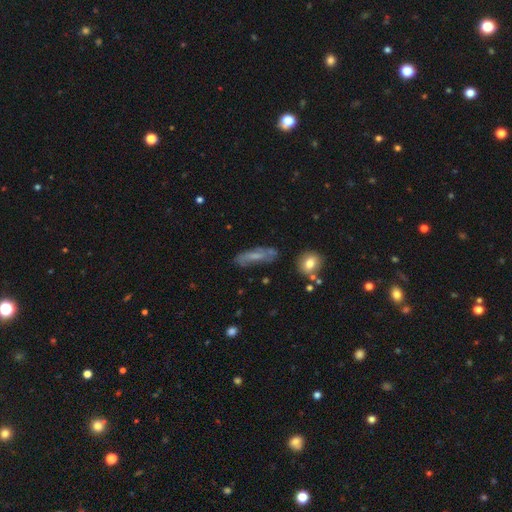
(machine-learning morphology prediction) A smooth galaxy with no disk features (49%). Merging: none (68%).